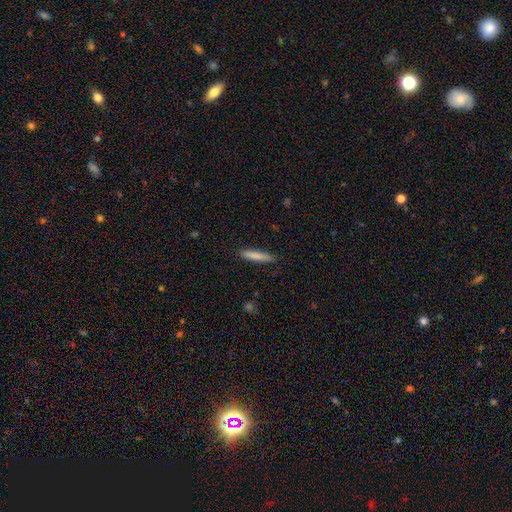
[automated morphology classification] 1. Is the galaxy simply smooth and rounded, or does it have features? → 82% smooth, 12% featured or disk, 6% star or artifact.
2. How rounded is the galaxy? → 89% cigar-shaped, 9% in between, 1% round.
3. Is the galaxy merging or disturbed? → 88% none, 9% minor disturbance, 2% major disturbance, 1% merger.